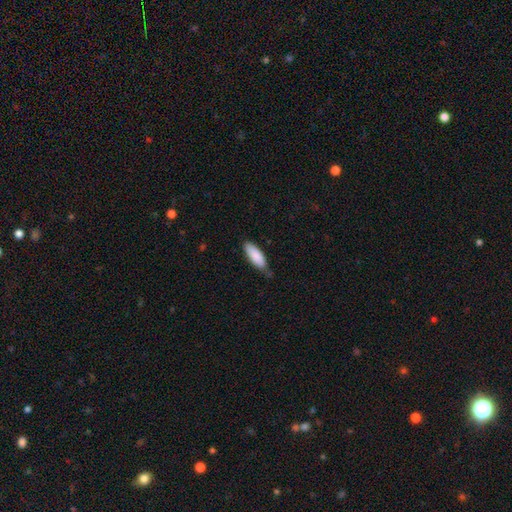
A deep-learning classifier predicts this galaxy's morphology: smooth_or_featured: smooth (p=0.87) [alt: featured or disk p=0.08]
how_rounded: in between (p=0.63) [alt: cigar-shaped p=0.36]
merging: none (p=0.66) [alt: minor disturbance p=0.27]